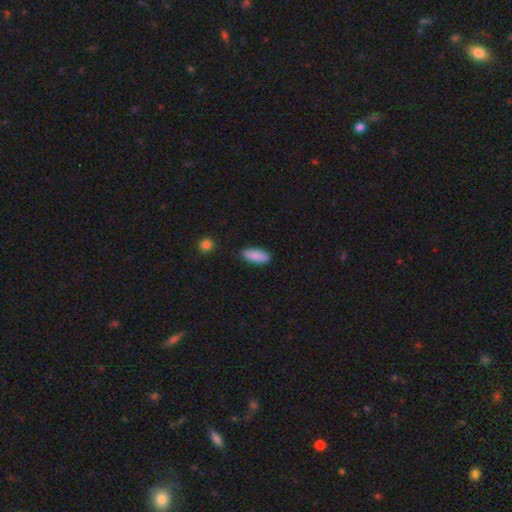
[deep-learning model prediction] smooth_or_featured: smooth (p=0.89) [alt: star or artifact p=0.06]
how_rounded: in between (p=0.79) [alt: cigar-shaped p=0.19]
merging: none (p=0.87) [alt: minor disturbance p=0.09]